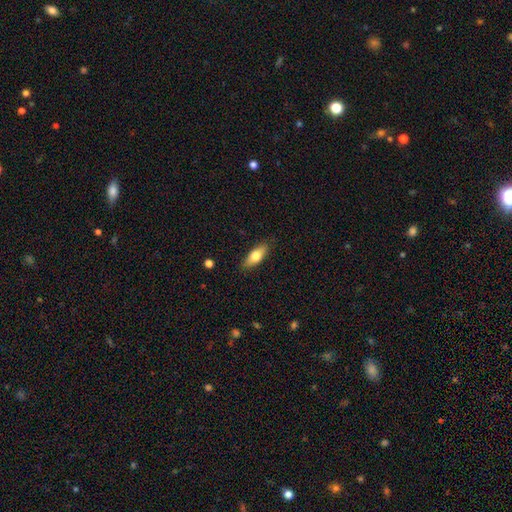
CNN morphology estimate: Q: Smooth or featured?
A: smooth (72%); runner-up: featured or disk (22%)
Q: How rounded?
A: in between (75%); runner-up: cigar-shaped (22%)
Q: Merging?
A: none (86%); runner-up: minor disturbance (11%)